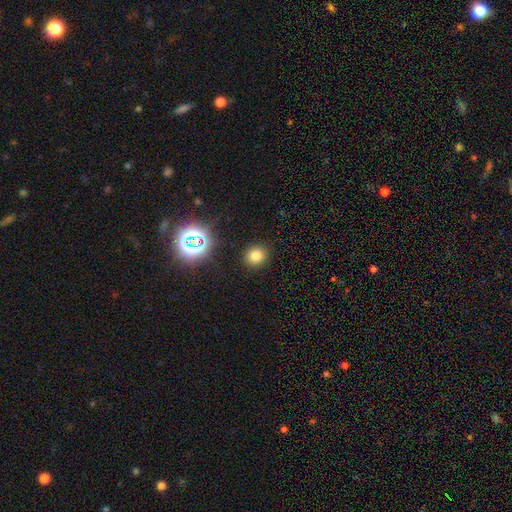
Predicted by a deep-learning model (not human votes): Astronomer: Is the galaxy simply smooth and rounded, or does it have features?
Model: smooth — 74%.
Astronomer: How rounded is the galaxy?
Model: round — 81%.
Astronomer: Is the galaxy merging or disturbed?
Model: none — 89%.